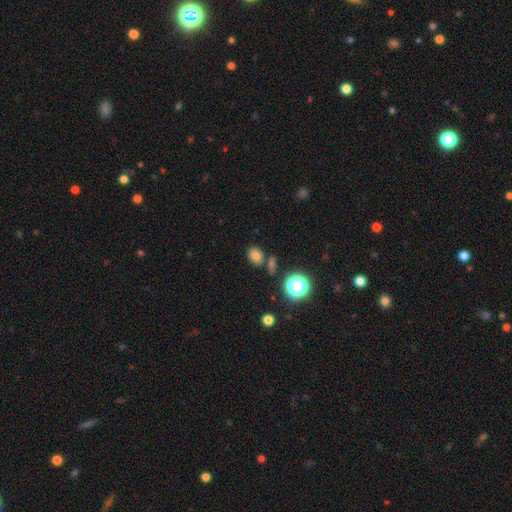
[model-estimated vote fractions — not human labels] smooth 75%, star or artifact 18%, featured or disk 7%. Down the decision tree: how rounded — in between (64%); merging — none (73%).